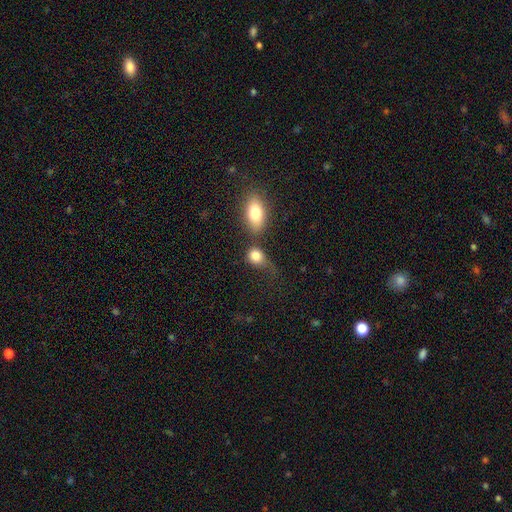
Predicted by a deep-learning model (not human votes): A smooth galaxy with no disk features (83%) that is round (49%, tied with in between). Merging: none (37%).